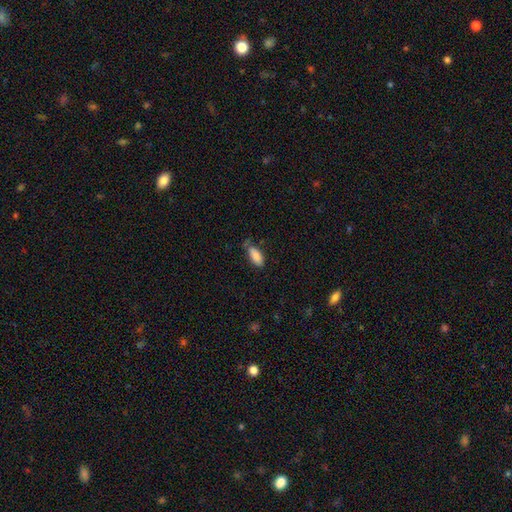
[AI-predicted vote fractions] A smooth galaxy with no disk features (86%) that is in between round and cigar-shaped (88%). Merging: none (62%).